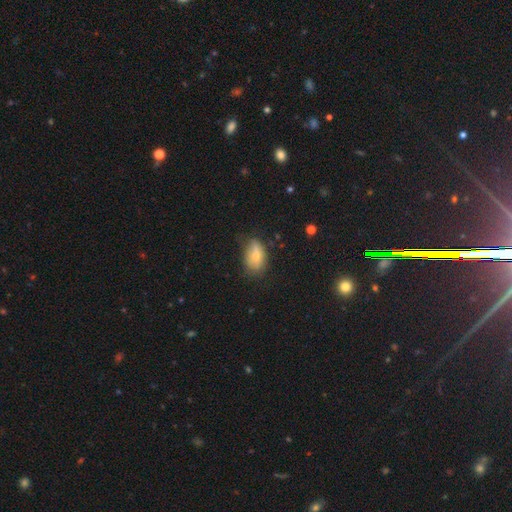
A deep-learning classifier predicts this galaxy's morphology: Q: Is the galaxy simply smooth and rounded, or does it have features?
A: smooth — 69%.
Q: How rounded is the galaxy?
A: in between — 87%.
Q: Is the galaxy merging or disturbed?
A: none — 54%.